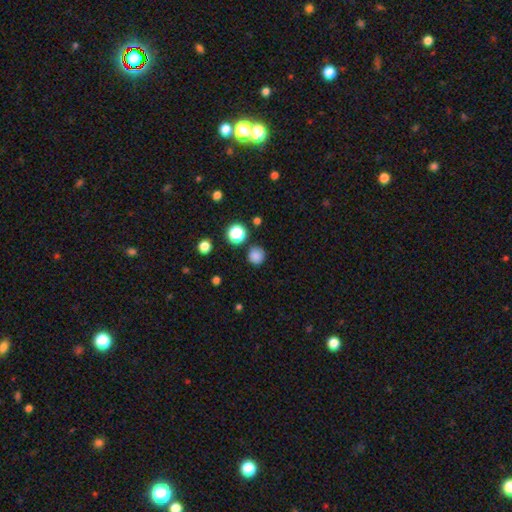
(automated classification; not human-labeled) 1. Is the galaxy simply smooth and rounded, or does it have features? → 82% smooth, 13% star or artifact, 4% featured or disk.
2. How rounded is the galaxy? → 94% round, 5% in between, 1% cigar-shaped.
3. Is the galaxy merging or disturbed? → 86% none, 9% minor disturbance, 3% major disturbance, 3% merger.